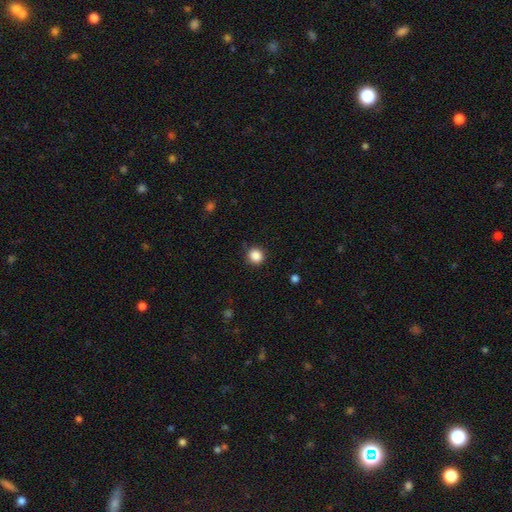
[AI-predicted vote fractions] This appears to be a smooth galaxy with no disk features (87%) that is round (88%). Merging: none (88%).